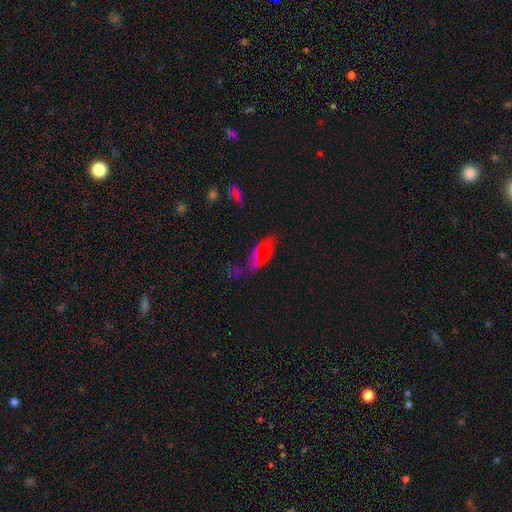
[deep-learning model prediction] smooth-or-featured: smooth: 55% | star or artifact: 25% | featured or disk: 19%
  how-rounded: in between: 80% | cigar-shaped: 15% | round: 5%
  merging: none: 54% | minor disturbance: 22% | major disturbance: 13% | merger: 11%